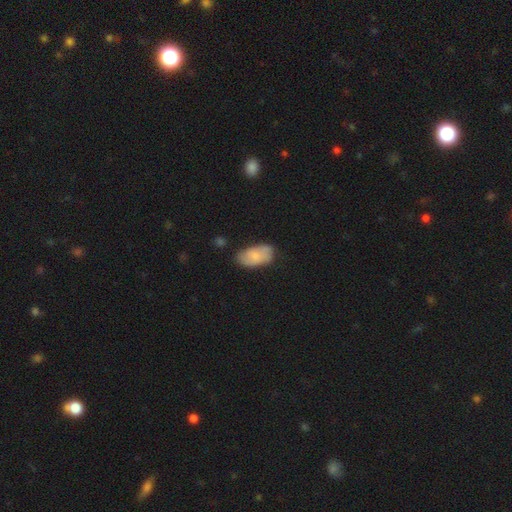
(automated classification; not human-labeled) A smooth galaxy with no disk features (72%) that is in between round and cigar-shaped (94%). Merging: none (63%).